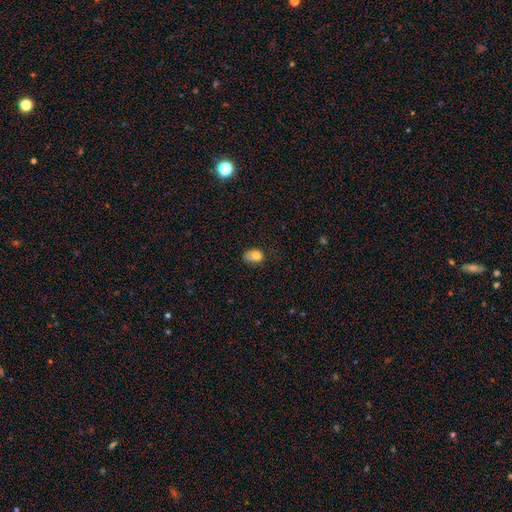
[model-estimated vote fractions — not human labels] Smooth or featured?
  - smooth: 79% *
  - featured or disk: 12%
  - star or artifact: 10%
How rounded?
  - in between: 76% *
  - round: 23%
  - cigar-shaped: 1%
Merging?
  - none: 45% *
  - minor disturbance: 36%
  - major disturbance: 16%
  - merger: 2%